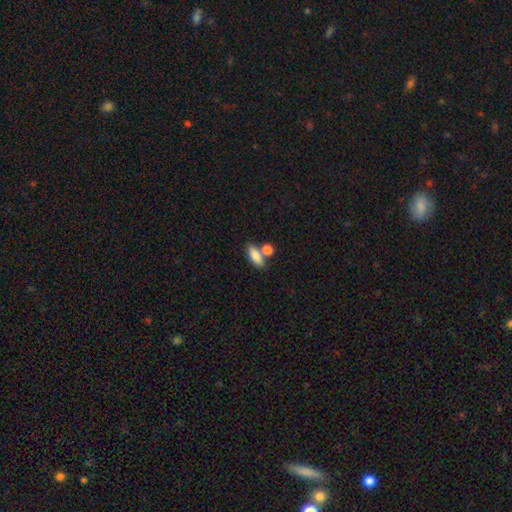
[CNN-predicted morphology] smooth-or-featured: smooth: 82% | featured or disk: 10% | star or artifact: 7%
  how-rounded: in between: 71% | cigar-shaped: 22% | round: 7%
  merging: none: 55% | merger: 29% | minor disturbance: 11% | major disturbance: 4%